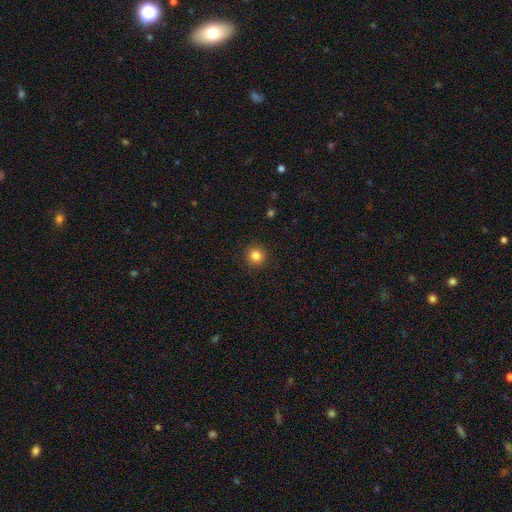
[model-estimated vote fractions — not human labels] This is clearly a smooth galaxy (84%). How rounded: clearly round (94%). Merging: clearly none (92%).